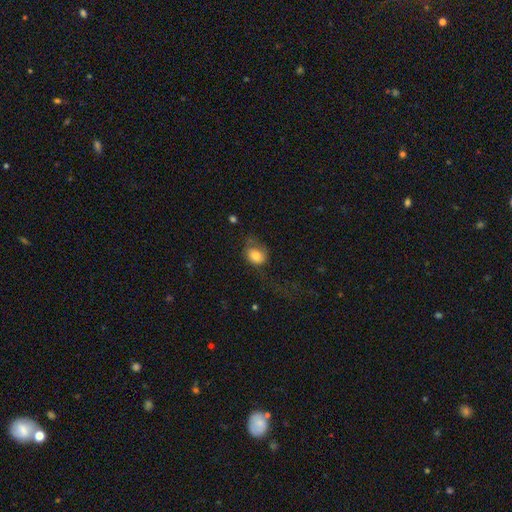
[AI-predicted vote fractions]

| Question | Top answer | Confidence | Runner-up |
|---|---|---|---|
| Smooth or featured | smooth | 77% | featured or disk (14%) |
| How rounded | in between | 51% | round (47%) |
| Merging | major disturbance | 37% | none (34%) |